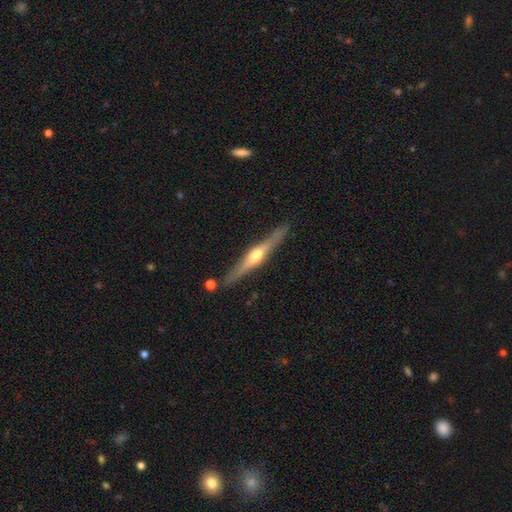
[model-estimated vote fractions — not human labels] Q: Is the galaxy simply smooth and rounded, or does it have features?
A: featured or disk — 75%.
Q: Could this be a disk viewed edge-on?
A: yes — 98%.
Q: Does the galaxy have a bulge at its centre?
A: rounded — 89%.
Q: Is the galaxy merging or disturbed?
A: none — 86%.